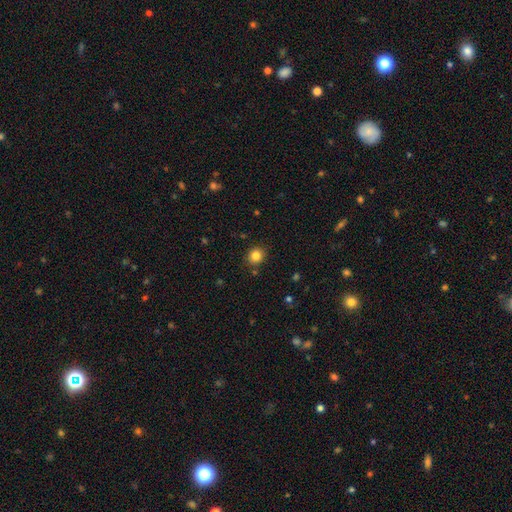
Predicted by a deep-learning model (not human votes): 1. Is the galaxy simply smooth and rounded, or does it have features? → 83% smooth, 12% star or artifact, 5% featured or disk.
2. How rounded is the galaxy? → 82% round, 17% in between, 1% cigar-shaped.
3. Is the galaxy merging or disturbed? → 86% none, 9% minor disturbance, 3% merger, 2% major disturbance.